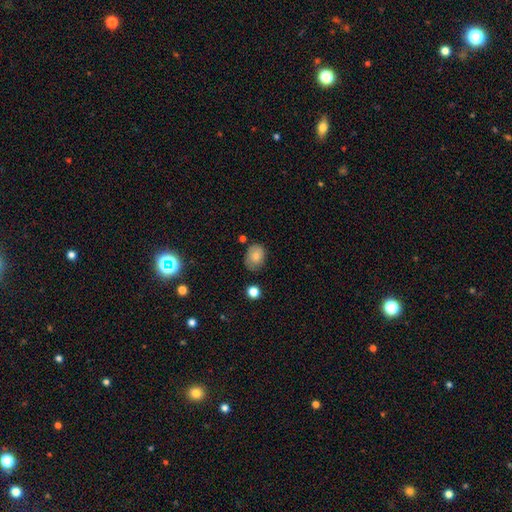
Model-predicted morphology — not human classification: A smooth galaxy with no disk features (79%) that is in between round and cigar-shaped (60%).

Vote fractions:
- Smooth or featured? smooth: 79% / featured or disk: 12% / star or artifact: 9%
- How rounded? in between: 60% / round: 39% / cigar-shaped: 1%
- Merging? none: 70% / minor disturbance: 22% / major disturbance: 5% / merger: 3%